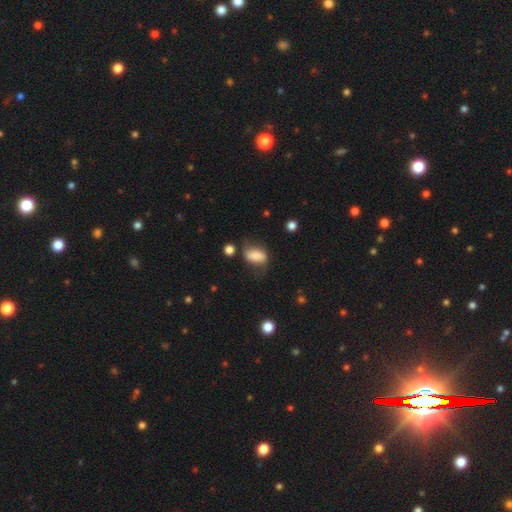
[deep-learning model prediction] This appears to be a smooth galaxy with no disk features (64%) that is in between round and cigar-shaped (85%). Merging: none (48%).